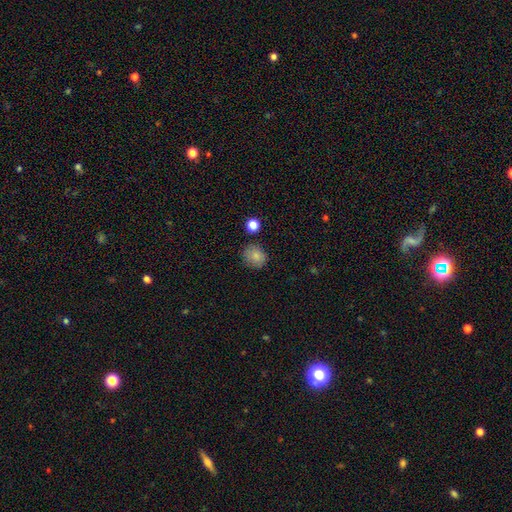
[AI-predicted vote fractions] This appears to be a smooth galaxy with no disk features (83%) that is round (72%). Merging: none (80%).